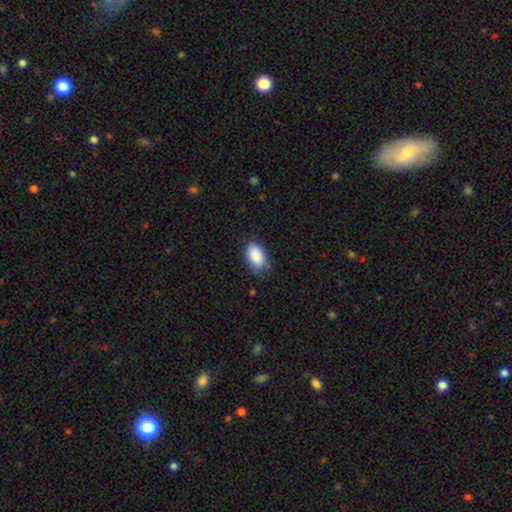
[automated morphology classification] A smooth galaxy with no disk features (89%) that is in between round and cigar-shaped (92%). Merging: none (76%).